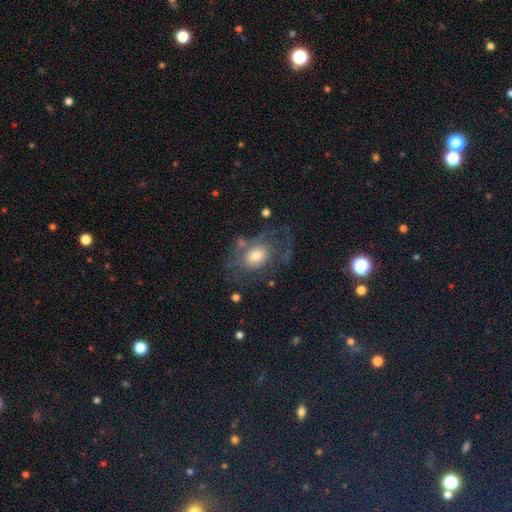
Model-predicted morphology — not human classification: This is possibly a featured or disk galaxy (48%). Merging: marginally none (41%).